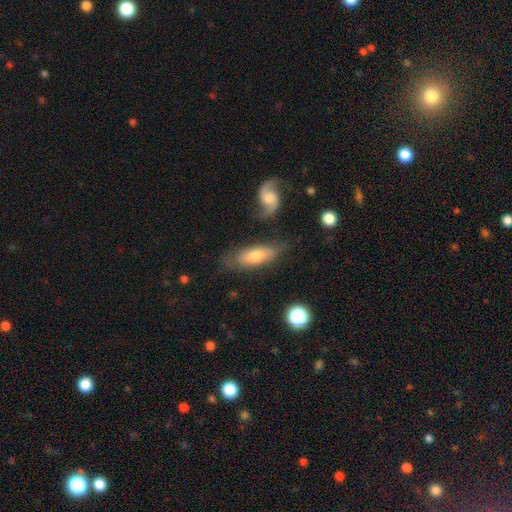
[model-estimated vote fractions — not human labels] Q: Smooth or featured?
A: smooth (50%); runner-up: featured or disk (42%)
Q: How rounded?
A: in between (64%); runner-up: cigar-shaped (33%)
Q: Merging?
A: none (66%); runner-up: minor disturbance (21%)